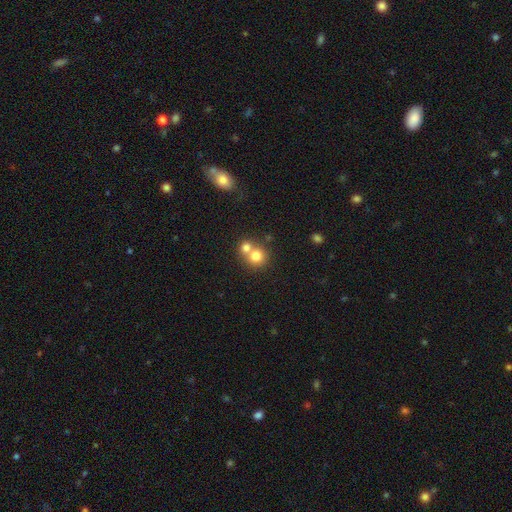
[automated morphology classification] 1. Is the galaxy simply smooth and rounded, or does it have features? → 76% smooth, 13% featured or disk, 11% star or artifact.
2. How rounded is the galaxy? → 86% round, 13% in between, 1% cigar-shaped.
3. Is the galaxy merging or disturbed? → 54% merger, 39% none, 5% minor disturbance, 2% major disturbance.